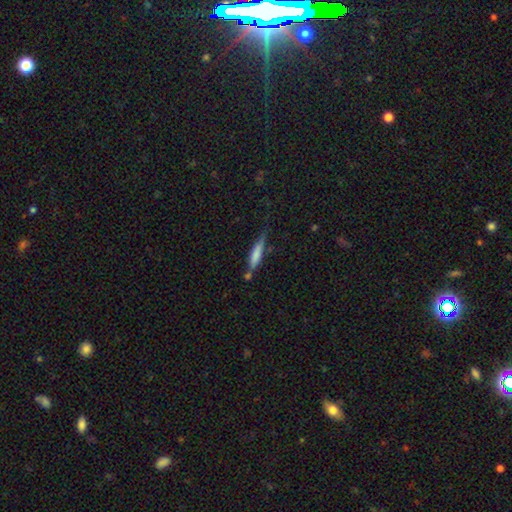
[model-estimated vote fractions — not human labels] Smooth or featured: smooth — 66% (featured or disk — 26%)
How rounded: cigar-shaped — 80% (in between — 18%)
Merging: none — 54% (minor disturbance — 25%)